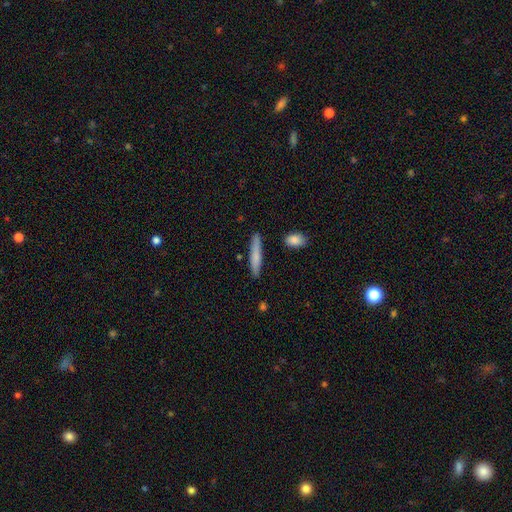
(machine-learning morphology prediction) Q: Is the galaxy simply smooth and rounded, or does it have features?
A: smooth — 73%.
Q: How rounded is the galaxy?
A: cigar-shaped — 91%.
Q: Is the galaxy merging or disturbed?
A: none — 86%.